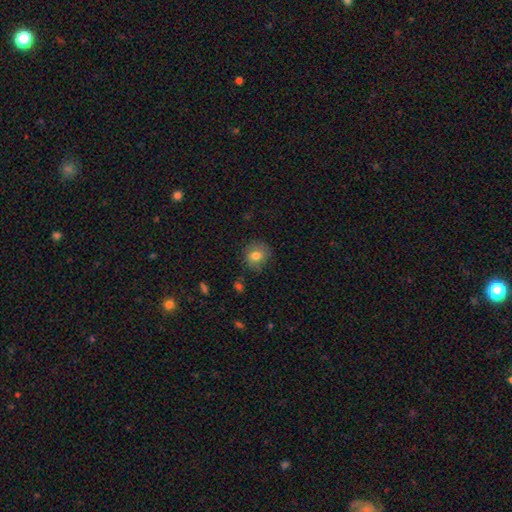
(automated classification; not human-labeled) A smooth galaxy with no disk features (78%) that is round (79%). Merging: none (79%).